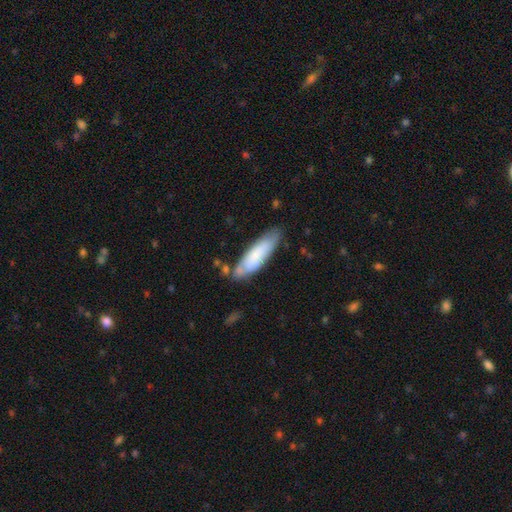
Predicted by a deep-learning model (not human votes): Q: Smooth or featured?
A: smooth (71%); runner-up: featured or disk (24%)
Q: How rounded?
A: cigar-shaped (61%); runner-up: in between (37%)
Q: Merging?
A: none (71%); runner-up: minor disturbance (20%)